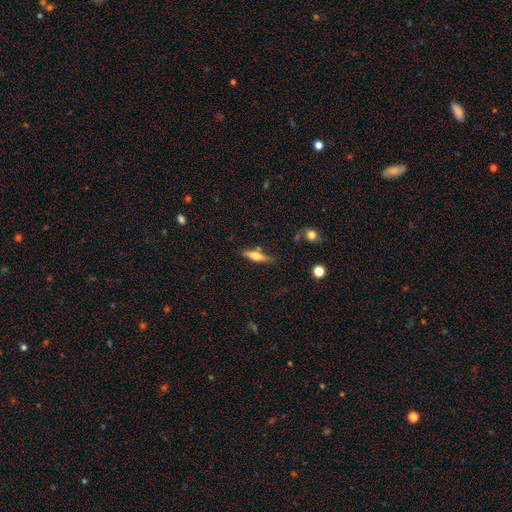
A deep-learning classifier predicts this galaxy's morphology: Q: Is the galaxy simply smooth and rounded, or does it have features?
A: smooth — 48%.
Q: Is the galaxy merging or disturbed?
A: none — 77%.